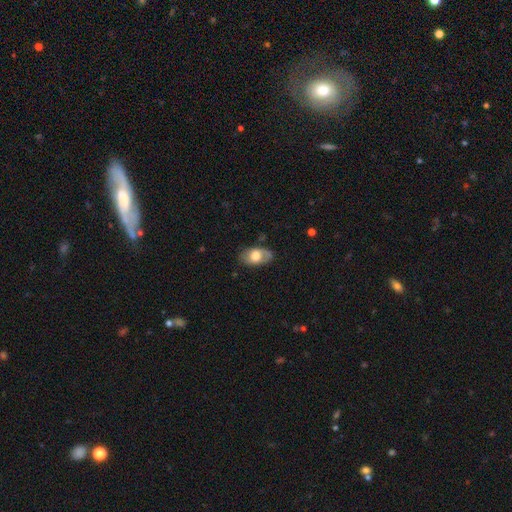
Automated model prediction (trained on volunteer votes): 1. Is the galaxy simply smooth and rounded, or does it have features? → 58% smooth, 35% featured or disk, 6% star or artifact.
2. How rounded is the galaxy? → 91% in between, 7% round, 2% cigar-shaped.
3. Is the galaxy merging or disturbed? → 73% none, 20% minor disturbance, 5% major disturbance, 1% merger.